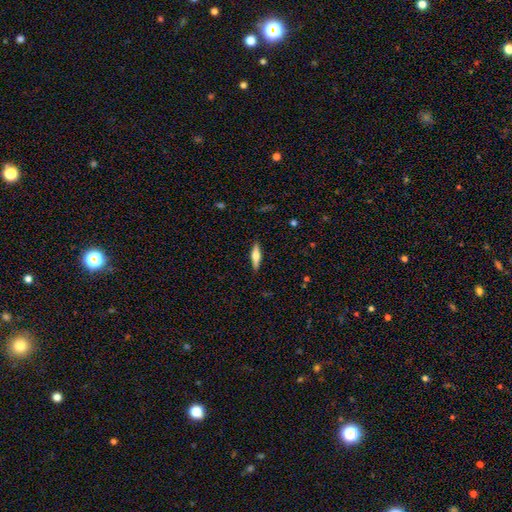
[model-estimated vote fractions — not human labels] smooth-or-featured: featured or disk: 48% | smooth: 46% | star or artifact: 6%
  merging: none: 89% | minor disturbance: 8% | major disturbance: 2% | merger: 1%